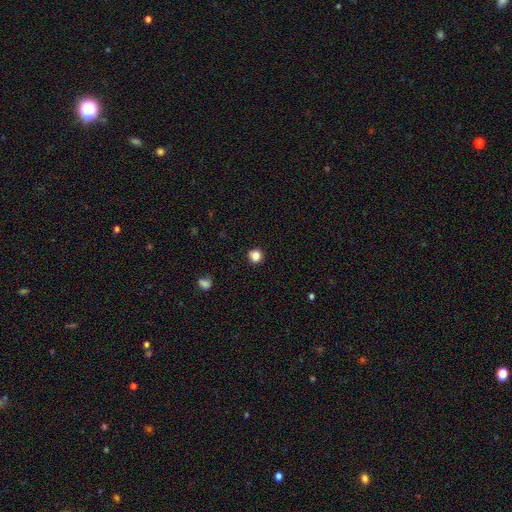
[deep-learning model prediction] The model was most divided on "smooth or featured": smooth: 85%, star or artifact: 12%, featured or disk: 4%. More confident: how rounded — round (92%); merging — none (90%).